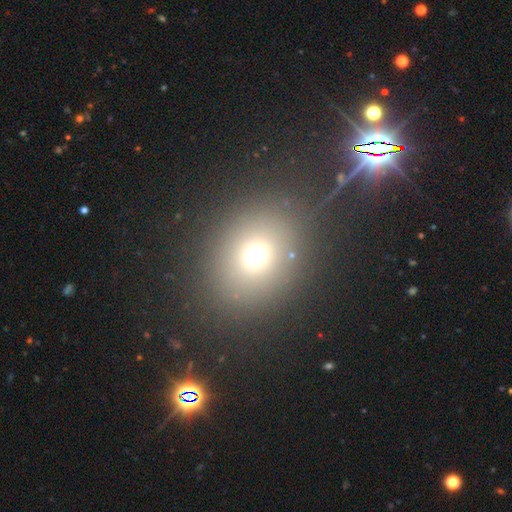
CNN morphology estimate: Smooth or featured? smooth (68%)
How rounded? round (67%)
Merging? none (81%)